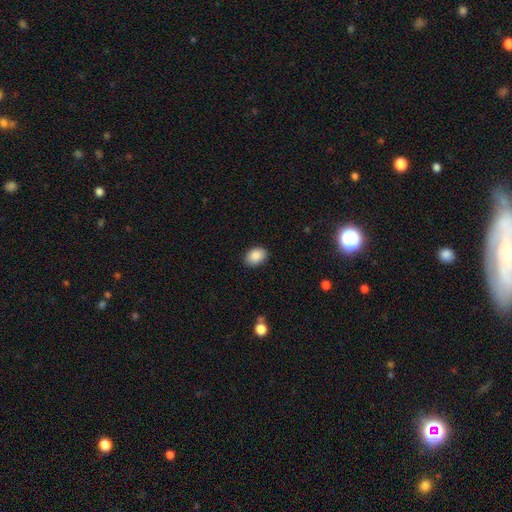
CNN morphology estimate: Smooth or featured?
  - smooth: 89% *
  - star or artifact: 7%
  - featured or disk: 4%
How rounded?
  - in between: 78% *
  - round: 21%
  - cigar-shaped: 1%
Merging?
  - none: 88% *
  - minor disturbance: 9%
  - major disturbance: 2%
  - merger: 1%